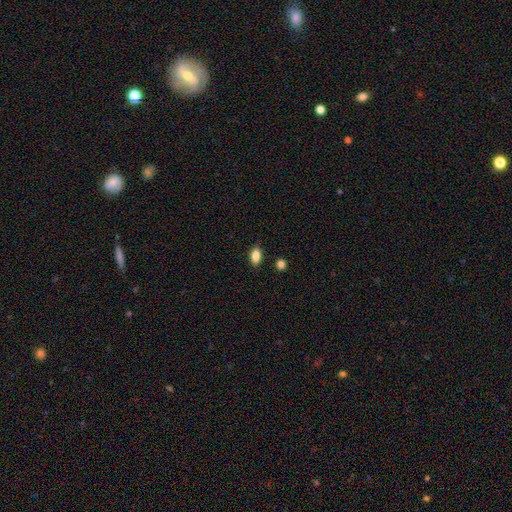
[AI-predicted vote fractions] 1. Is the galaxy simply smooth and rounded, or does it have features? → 84% smooth, 8% star or artifact, 7% featured or disk.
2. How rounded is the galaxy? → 87% in between, 7% round, 7% cigar-shaped.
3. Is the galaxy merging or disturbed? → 84% none, 12% minor disturbance, 2% major disturbance, 2% merger.